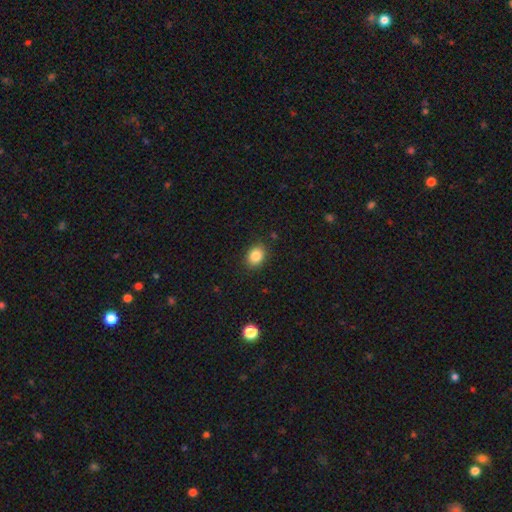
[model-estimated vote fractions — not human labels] This is clearly a smooth galaxy (85%). How rounded: possibly in between (54%). Merging: clearly none (87%).